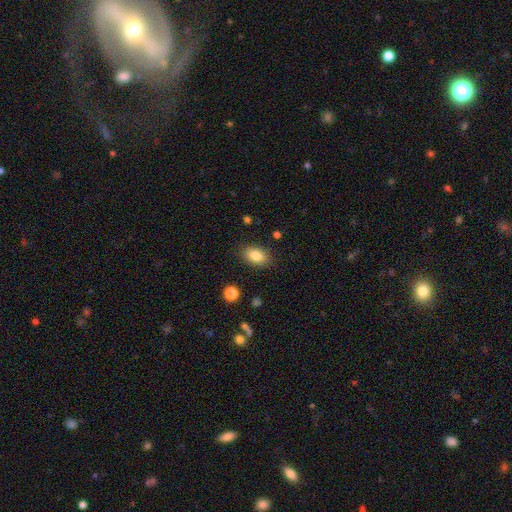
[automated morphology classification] type=smooth (83%); roundness=in between (85%); merging=none (86%).